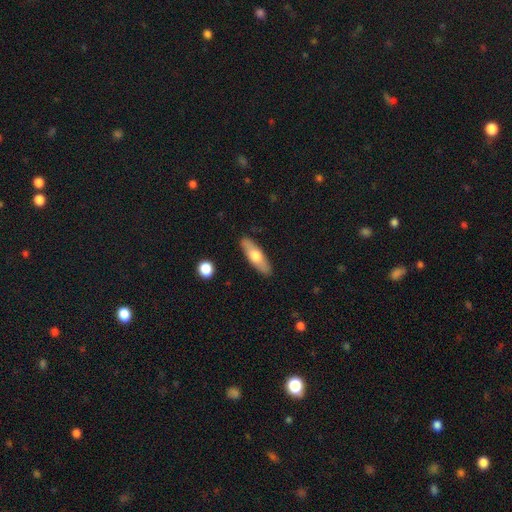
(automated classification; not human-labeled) Q: Smooth or featured?
A: smooth (60%); runner-up: featured or disk (35%)
Q: How rounded?
A: in between (49%); runner-up: cigar-shaped (48%)
Q: Merging?
A: none (88%); runner-up: minor disturbance (9%)